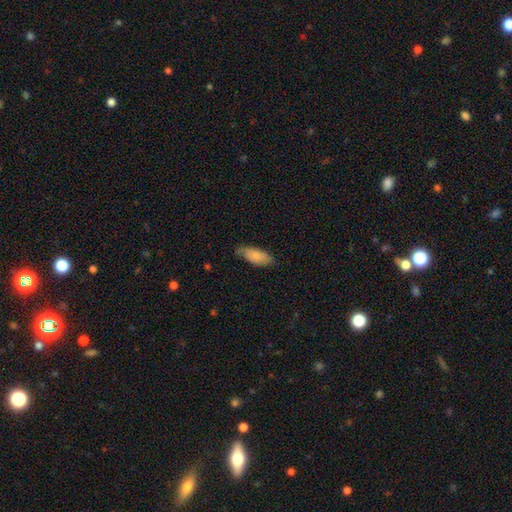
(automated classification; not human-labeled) smooth-or-featured: smooth: 78% | featured or disk: 16% | star or artifact: 6%
  how-rounded: in between: 83% | cigar-shaped: 16% | round: 2%
  merging: none: 65% | minor disturbance: 29% | major disturbance: 5% | merger: 1%